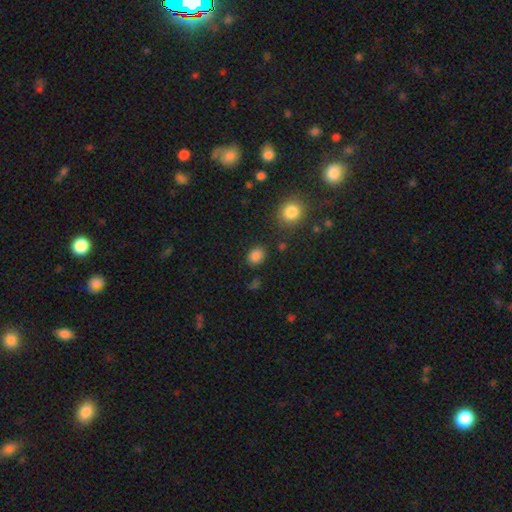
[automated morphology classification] Smooth or featured? smooth (85%)
How rounded? in between (50%)
Merging? none (84%)